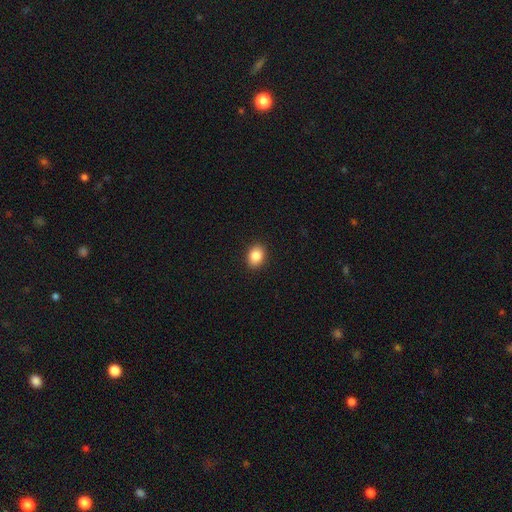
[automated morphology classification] smooth 86%, star or artifact 9%, featured or disk 6%. Down the decision tree: how rounded — in between (67%); merging — none (91%).